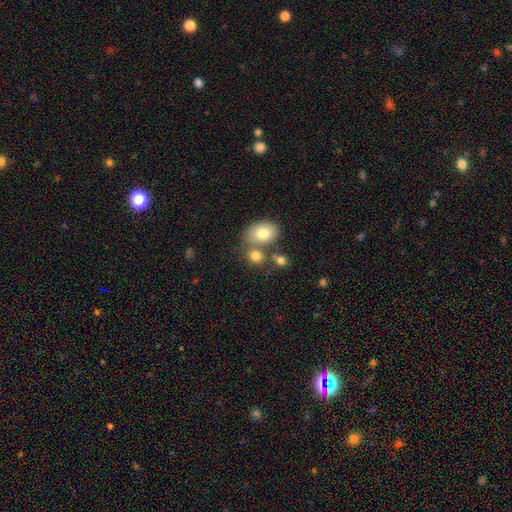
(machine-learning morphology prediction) smooth_or_featured: smooth (p=0.78) [alt: featured or disk p=0.12]
how_rounded: round (p=0.52) [alt: in between p=0.47]
merging: none (p=0.51) [alt: merger p=0.34]